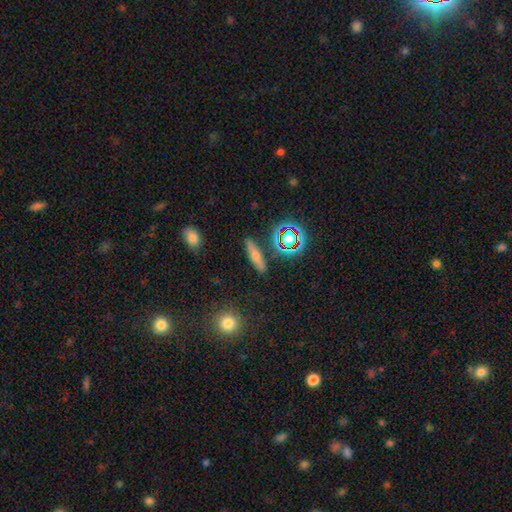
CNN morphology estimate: Smooth or featured: smooth — 56% (featured or disk — 27%)
How rounded: cigar-shaped — 67% (in between — 26%)
Merging: none — 85% (minor disturbance — 10%)